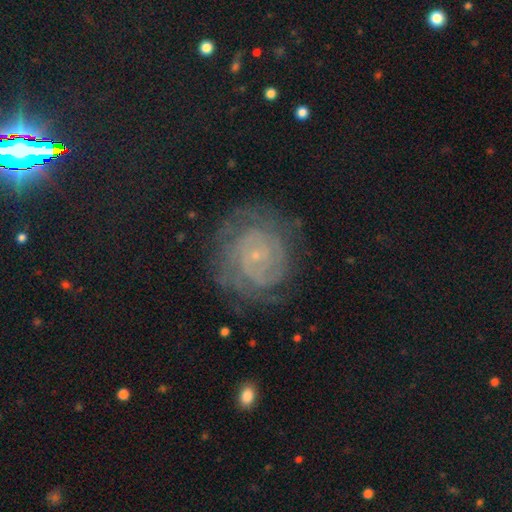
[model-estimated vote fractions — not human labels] Smooth or featured? featured or disk (69%)
Edge-on disk? no (98%)
Bar? no (69%)
Spiral arms? yes (93%)
Spiral winding? tight (77%)
Spiral arm count? can't tell (37%)
Bulge size? small (85%)
Merging? none (77%)